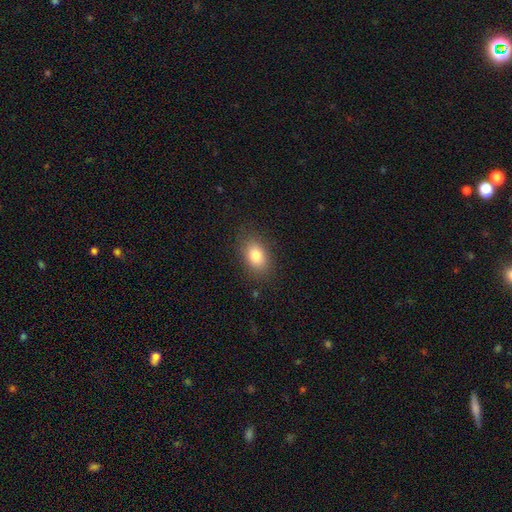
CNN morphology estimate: type=smooth (83%); roundness=in between (82%); merging=none (84%).